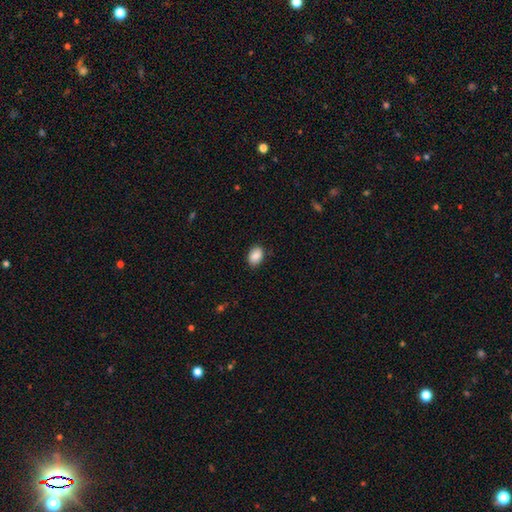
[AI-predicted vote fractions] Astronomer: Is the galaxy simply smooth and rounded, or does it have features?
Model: smooth — 89%.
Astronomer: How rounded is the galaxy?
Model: in between — 83%.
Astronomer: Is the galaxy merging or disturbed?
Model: none — 86%.